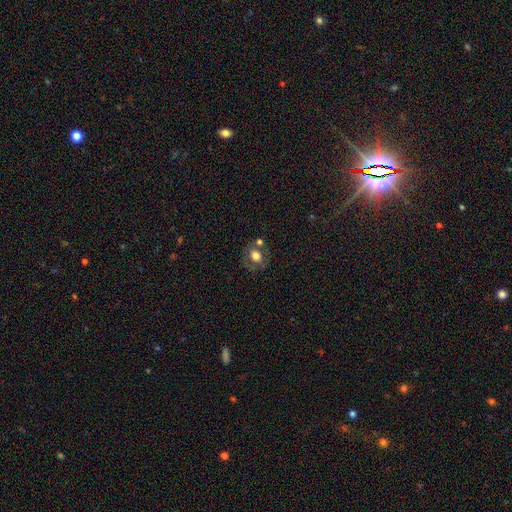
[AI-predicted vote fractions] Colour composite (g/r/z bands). It shows a smooth galaxy with no disk features (60%) that is round (56%). Merging: none (61%).